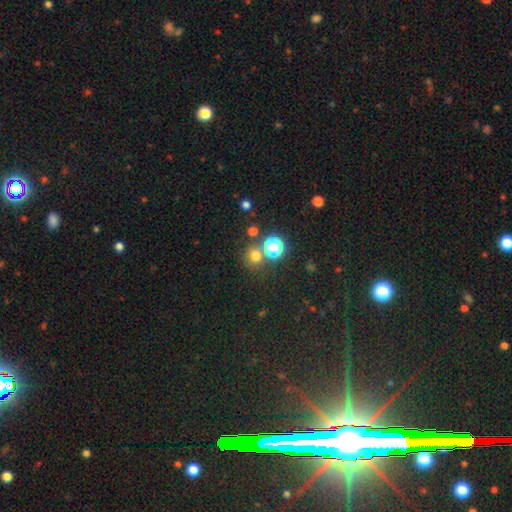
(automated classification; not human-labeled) Smooth or featured? smooth (68%)
How rounded? round (87%)
Merging? none (74%)